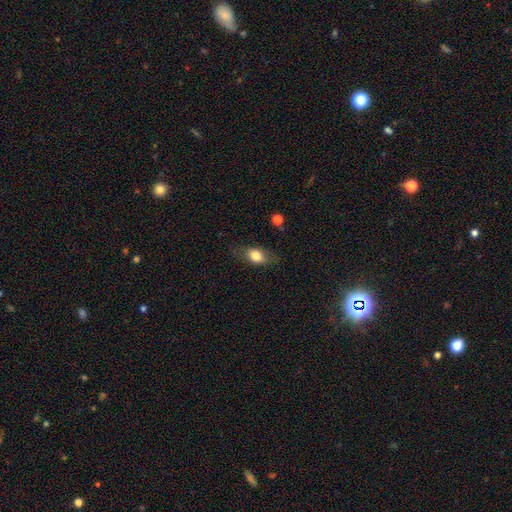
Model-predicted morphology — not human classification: Smooth or featured? smooth (74%)
How rounded? in between (76%)
Merging? none (75%)